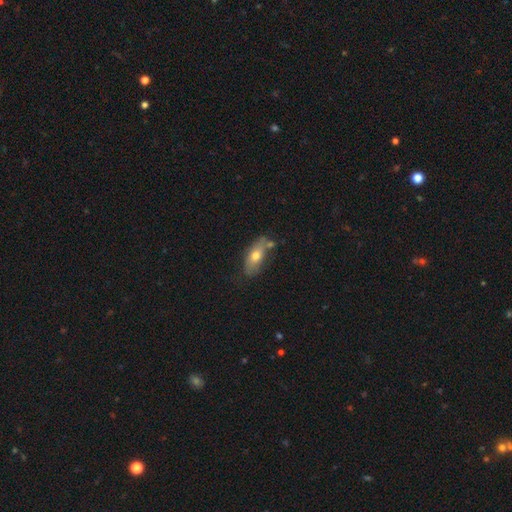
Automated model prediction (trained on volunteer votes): Smooth or featured? smooth (66%)
How rounded? in between (79%)
Merging? none (61%)